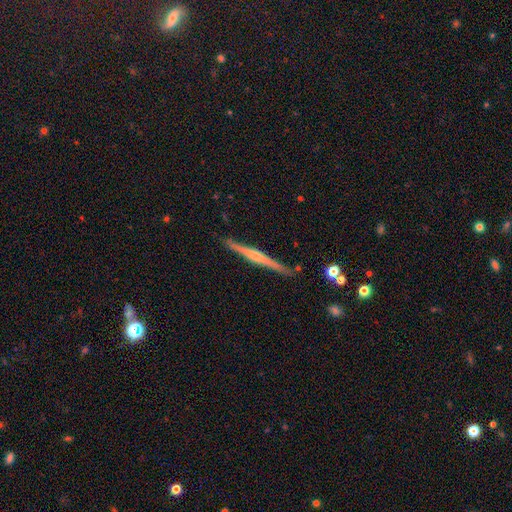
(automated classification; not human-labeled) Smooth or featured: featured or disk — 72% (smooth — 22%)
Edge-on disk: yes — 98% (no — 2%)
Edge-on bulge: rounded — 61% (none — 26%)
Merging: none — 89% (minor disturbance — 8%)